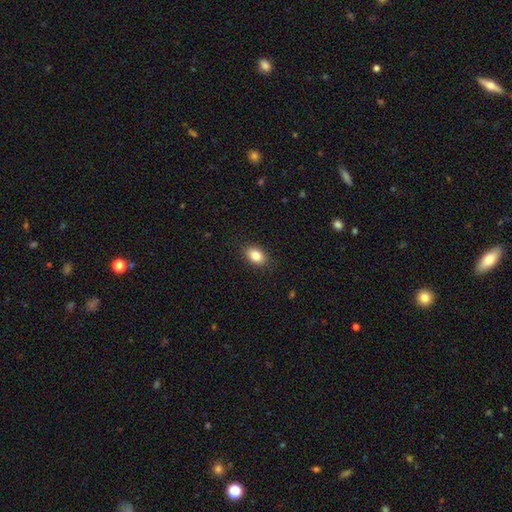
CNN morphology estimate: The model was most divided on "how rounded": in between: 83%, round: 16%, cigar-shaped: 1%. More confident: merging — none (88%); smooth or featured — smooth (84%).